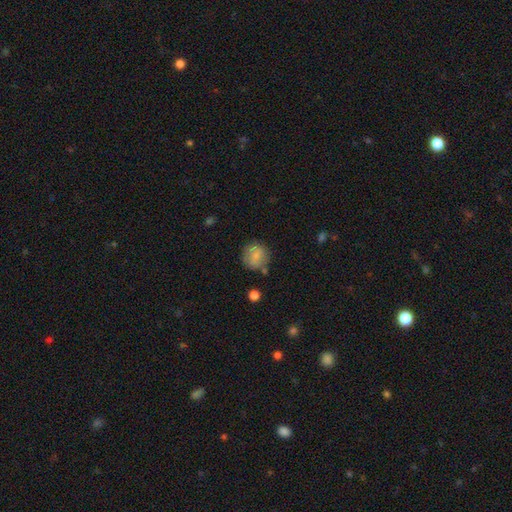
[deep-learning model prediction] smooth_or_featured: smooth (p=0.75) [alt: featured or disk p=0.17]
how_rounded: round (p=0.90) [alt: in between p=0.09]
merging: none (p=0.75) [alt: minor disturbance p=0.15]